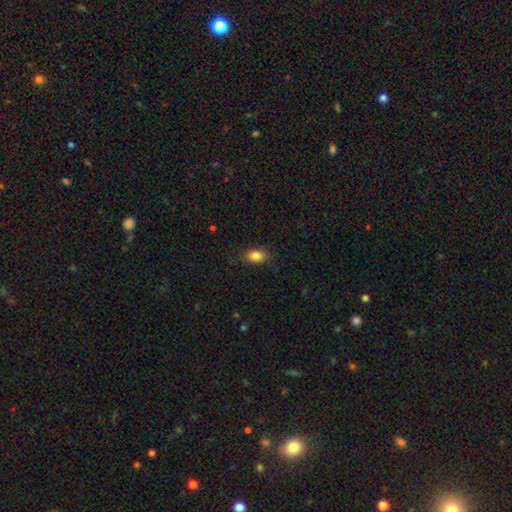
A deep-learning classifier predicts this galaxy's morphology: Smooth or featured? Predicted: smooth (p=0.85). How rounded? Predicted: in between (p=0.82). Merging? Predicted: none (p=0.82).